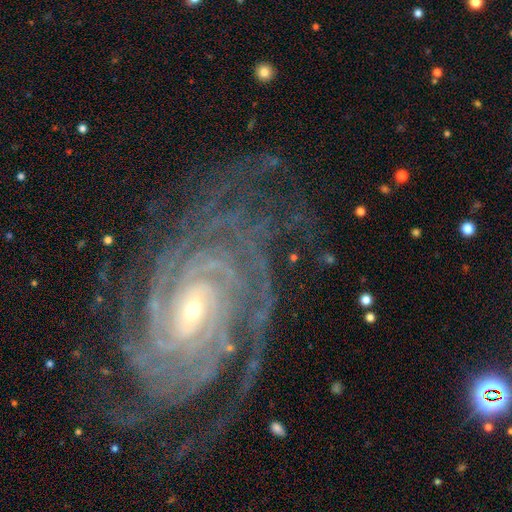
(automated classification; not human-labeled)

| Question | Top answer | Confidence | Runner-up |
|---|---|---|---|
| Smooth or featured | featured or disk | 92% | star or artifact (5%) |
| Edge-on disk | no | 97% | yes (3%) |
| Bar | no | 38% | weak (37%) |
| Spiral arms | yes | 99% | no (1%) |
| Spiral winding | tight | 83% | medium (15%) |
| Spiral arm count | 4 | 24% | tied: more than 4 (24%) |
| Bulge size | small | 70% | moderate (27%) |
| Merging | none | 75% | minor disturbance (15%) |